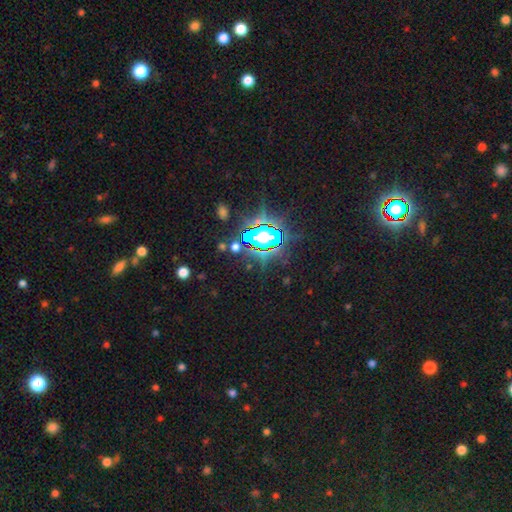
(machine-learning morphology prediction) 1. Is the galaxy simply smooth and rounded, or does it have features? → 85% star or artifact, 9% smooth, 7% featured or disk.